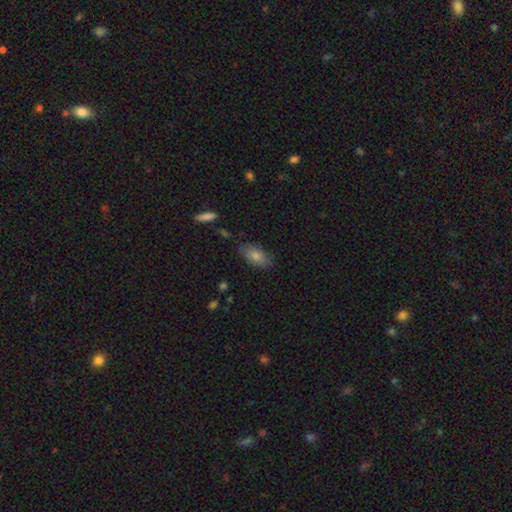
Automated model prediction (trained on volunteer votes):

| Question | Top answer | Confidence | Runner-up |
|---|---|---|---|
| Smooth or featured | smooth | 79% | featured or disk (13%) |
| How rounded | in between | 89% | cigar-shaped (7%) |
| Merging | none | 81% | minor disturbance (14%) |